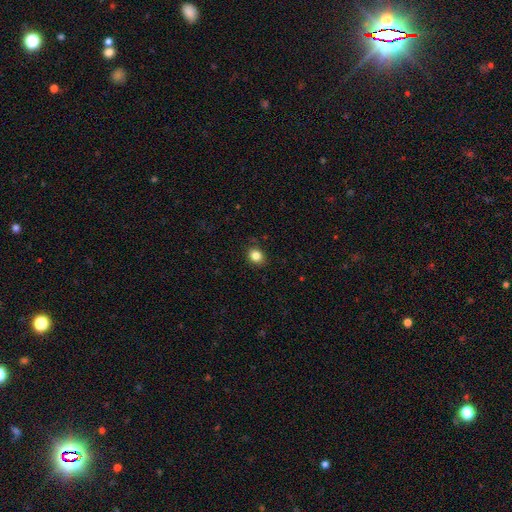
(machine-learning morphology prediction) Smooth or featured: smooth — 84% (star or artifact — 11%)
How rounded: round — 67% (in between — 32%)
Merging: none — 87% (minor disturbance — 10%)